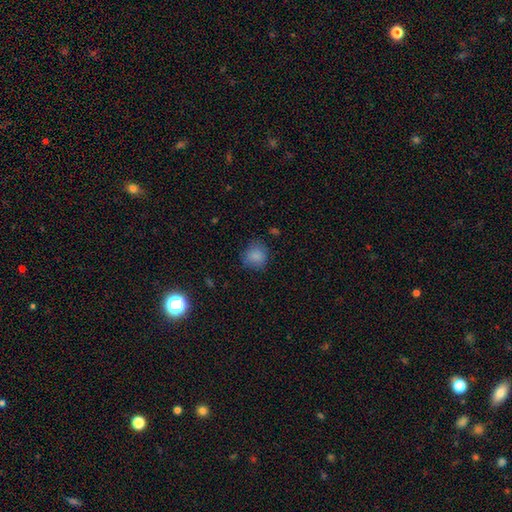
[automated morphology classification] Smooth or featured? Predicted: smooth (p=0.84). How rounded? Predicted: round (p=0.82). Merging? Predicted: none (p=0.76).